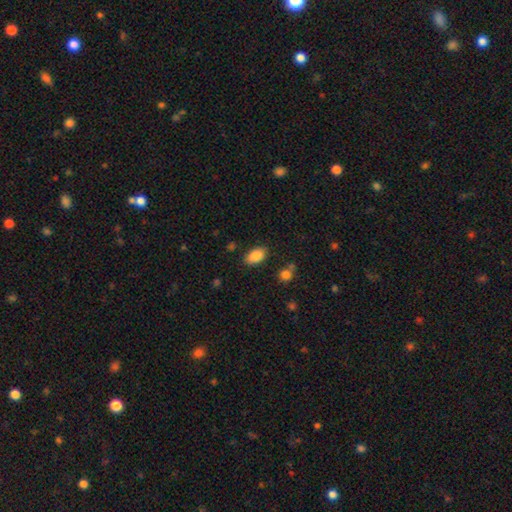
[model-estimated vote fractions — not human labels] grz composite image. It shows a smooth galaxy with no disk features (86%) that is in between round and cigar-shaped (92%). Merging: none (83%).